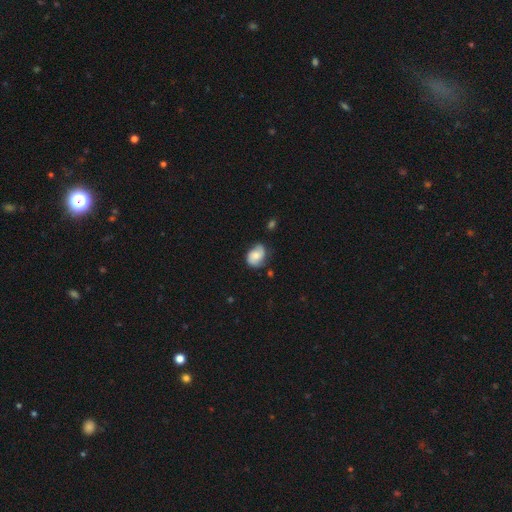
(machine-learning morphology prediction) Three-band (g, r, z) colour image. It shows a featured or disk galaxy (56%) with no bar (66%), spiral arms (92%) and a moderate central bulge (42%). Merging: none (64%).